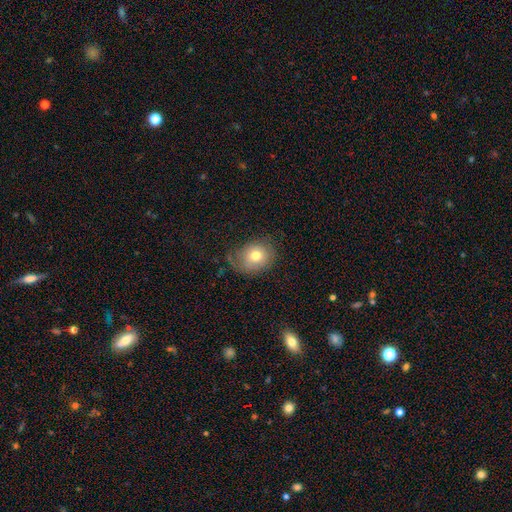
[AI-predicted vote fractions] Smooth or featured? smooth (73%)
How rounded? round (59%)
Merging? none (62%)